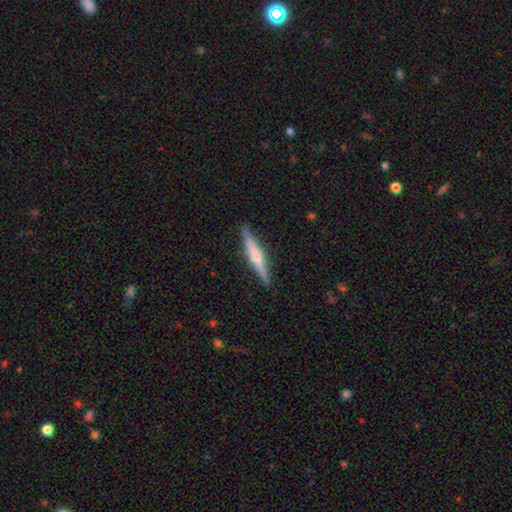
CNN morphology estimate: type=featured or disk (60%); edge-on=yes (98%); edge-on bulge=rounded (52%); merging=none (90%).